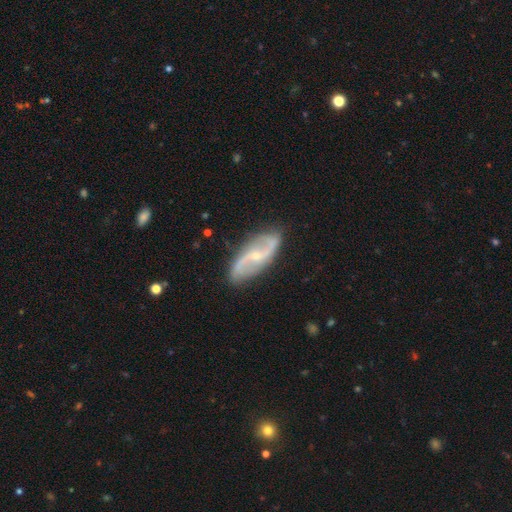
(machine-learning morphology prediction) Smooth or featured?
  - featured or disk: 85% *
  - smooth: 10%
  - star or artifact: 5%
Edge-on disk?
  - no: 93% *
  - yes: 7%
Bar?
  - weak: 38% * (tied)
  - no: 38% * (tied)
  - strong: 24%
Spiral arms?
  - yes: 94% *
  - no: 6%
Spiral winding?
  - loose: 68% *
  - medium: 23%
  - tight: 9%
Spiral arm count?
  - 2: 93% *
  - can't tell: 3%
  - 1: 1%
  - 3: 1%
  - 4: 1%
  - more than 4: 1%
Bulge size?
  - small: 72% *
  - moderate: 24%
  - none: 2%
  - large: 1%
  - dominant: 1%
Merging?
  - none: 84% *
  - minor disturbance: 12%
  - major disturbance: 3%
  - merger: 1%